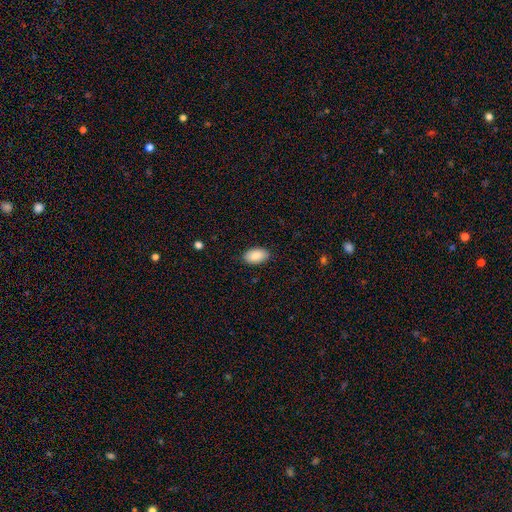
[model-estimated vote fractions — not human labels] A smooth galaxy with no disk features (86%) that is in between round and cigar-shaped (95%).

Vote fractions:
- Smooth or featured? smooth: 86% / featured or disk: 7% / star or artifact: 7%
- How rounded? in between: 95% / round: 4% / cigar-shaped: 1%
- Merging? none: 87% / minor disturbance: 10% / major disturbance: 2% / merger: 1%